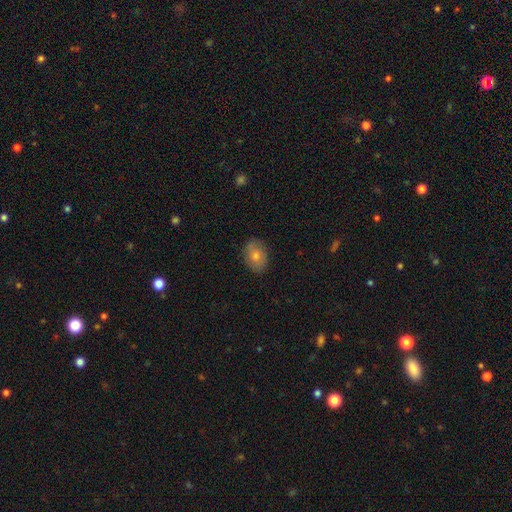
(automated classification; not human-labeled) smooth 67%, featured or disk 22%, star or artifact 11%. Down the decision tree: how rounded — in between (74%); merging — none (84%).